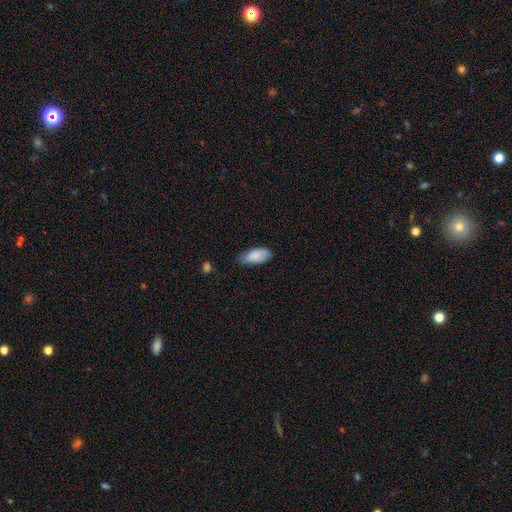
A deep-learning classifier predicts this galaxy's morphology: This is clearly a smooth galaxy (86%). How rounded: clearly in between (91%). Merging: possibly none (58%).